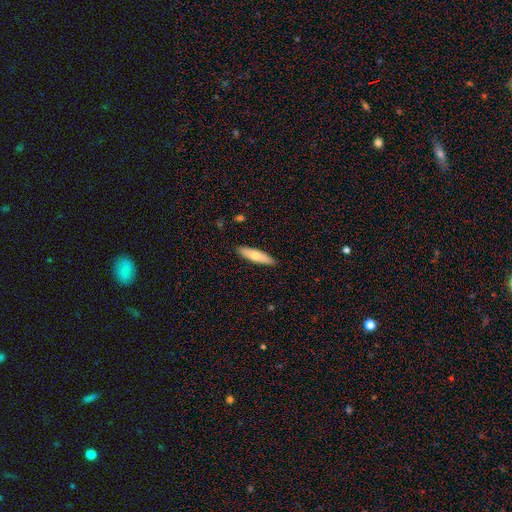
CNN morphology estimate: Q: Smooth or featured?
A: smooth (64%); runner-up: featured or disk (31%)
Q: How rounded?
A: cigar-shaped (71%); runner-up: in between (27%)
Q: Merging?
A: none (90%); runner-up: minor disturbance (7%)